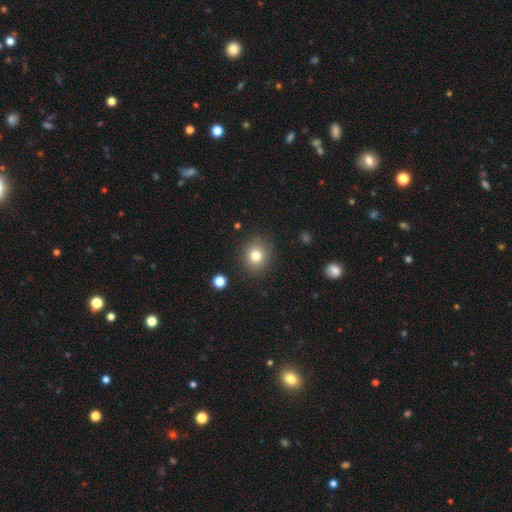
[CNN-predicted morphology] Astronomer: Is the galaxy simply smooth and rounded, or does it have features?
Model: smooth — 80%.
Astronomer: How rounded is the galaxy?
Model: round — 83%.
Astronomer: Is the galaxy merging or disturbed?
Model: none — 87%.